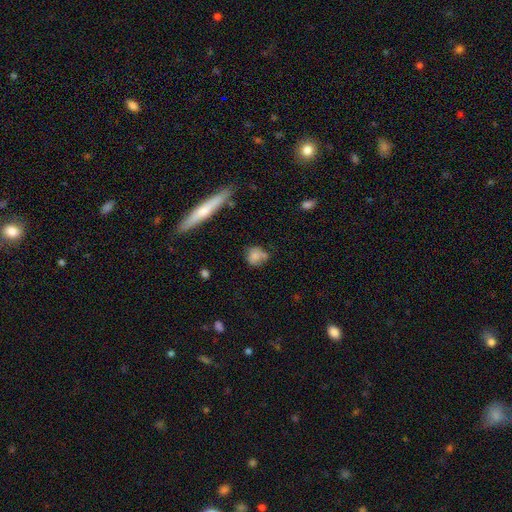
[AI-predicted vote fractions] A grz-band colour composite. It shows a smooth galaxy with no disk features (75%) that is round (68%). Merging: none (54%).